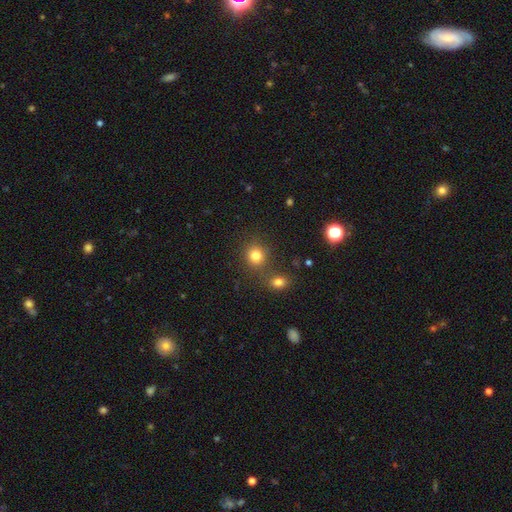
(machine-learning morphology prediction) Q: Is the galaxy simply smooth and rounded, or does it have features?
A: smooth — 81%.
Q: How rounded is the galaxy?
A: round — 86%.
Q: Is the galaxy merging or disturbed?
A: none — 72%.